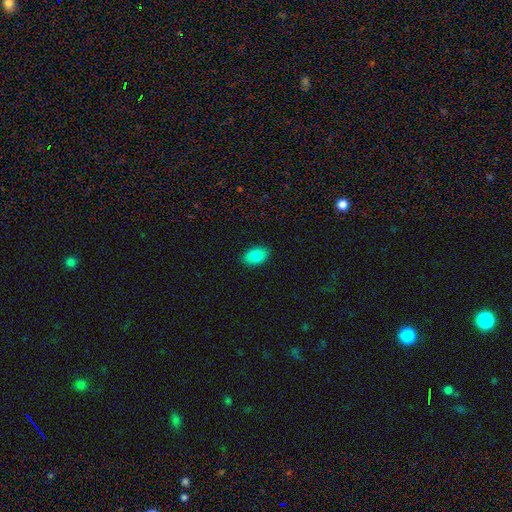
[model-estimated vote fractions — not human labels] Smooth or featured: smooth — 86% (star or artifact — 8%)
How rounded: in between — 89% (round — 10%)
Merging: none — 89% (minor disturbance — 8%)